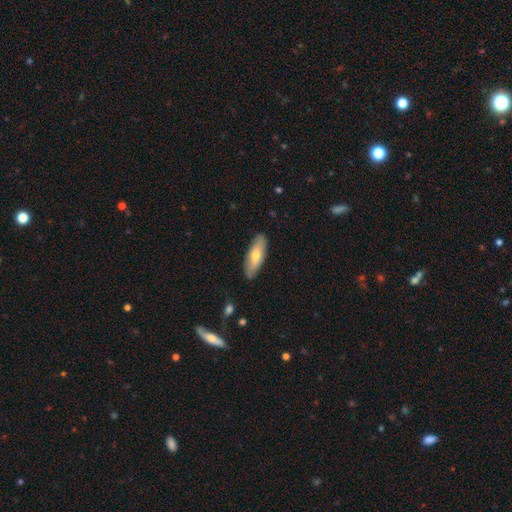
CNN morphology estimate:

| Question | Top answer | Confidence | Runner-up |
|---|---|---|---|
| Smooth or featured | smooth | 67% | featured or disk (27%) |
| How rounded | in between | 62% | cigar-shaped (36%) |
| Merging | none | 86% | minor disturbance (11%) |